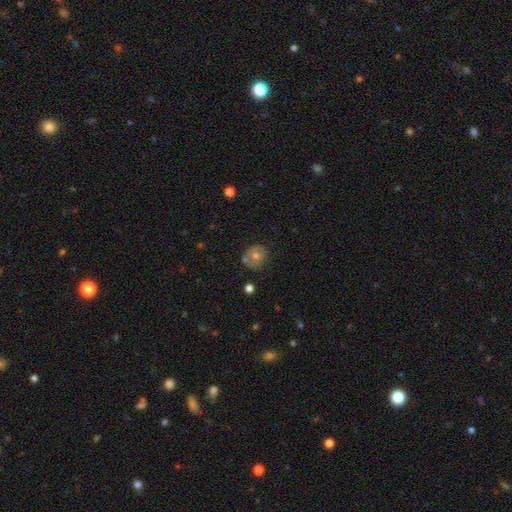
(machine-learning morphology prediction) Smooth or featured? smooth (58%)
How rounded? round (82%)
Merging? none (66%)